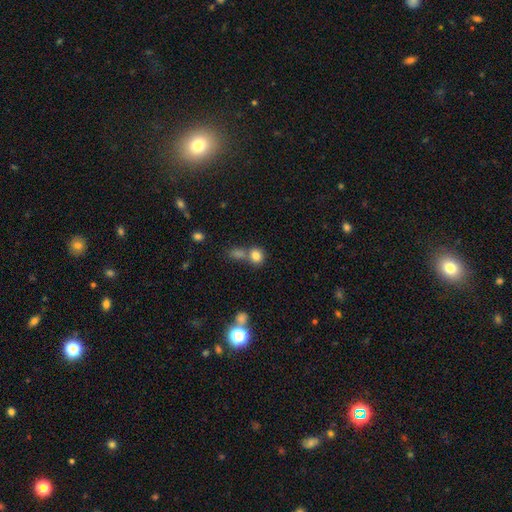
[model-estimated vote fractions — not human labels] Q: Smooth or featured?
A: smooth (80%); runner-up: star or artifact (12%)
Q: How rounded?
A: round (77%); runner-up: in between (22%)
Q: Merging?
A: none (53%); runner-up: merger (34%)